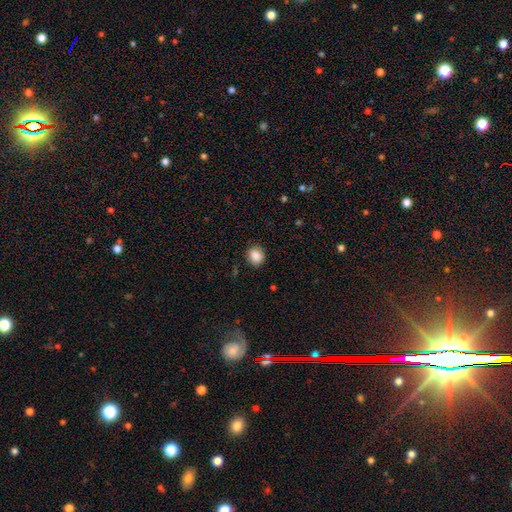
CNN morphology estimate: Q: Smooth or featured?
A: smooth (88%); runner-up: star or artifact (9%)
Q: How rounded?
A: round (73%); runner-up: in between (26%)
Q: Merging?
A: none (86%); runner-up: minor disturbance (10%)